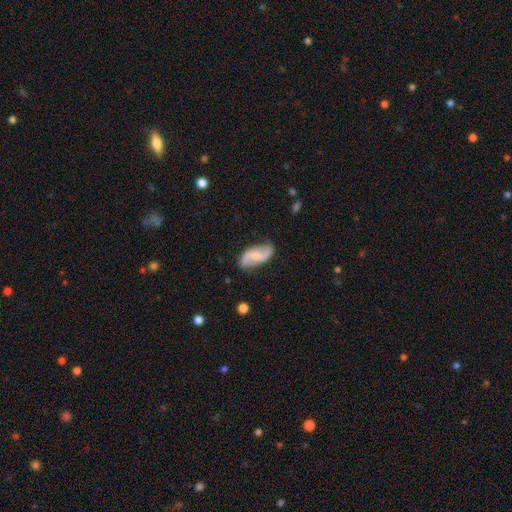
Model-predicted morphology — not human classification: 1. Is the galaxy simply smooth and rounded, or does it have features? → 68% featured or disk, 26% smooth, 6% star or artifact.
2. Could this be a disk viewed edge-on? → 95% no, 5% yes.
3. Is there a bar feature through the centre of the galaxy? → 47% no, 41% weak, 13% strong.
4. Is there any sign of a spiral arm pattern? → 92% yes, 8% no.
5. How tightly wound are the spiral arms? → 71% loose, 22% medium, 8% tight.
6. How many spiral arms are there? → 92% 2, 4% can't tell, 2% 1, 1% 3, 1% 4, 1% more than 4.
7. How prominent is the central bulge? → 49% small, 40% moderate, 7% none, 3% large, 1% dominant.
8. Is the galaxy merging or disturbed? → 79% none, 16% minor disturbance, 4% major disturbance, 1% merger.